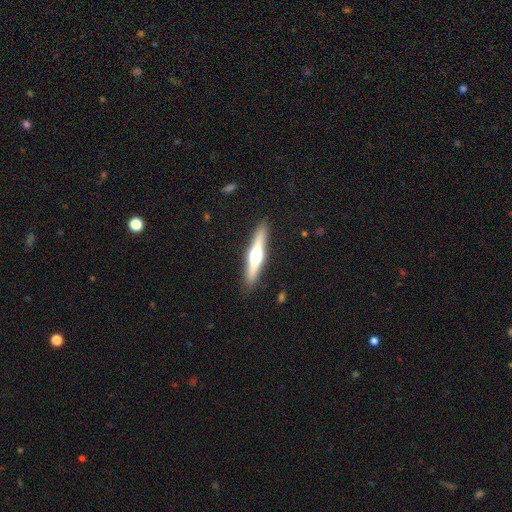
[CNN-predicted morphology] Overall: featured or disk (61%; smooth 34%). Edge-on disk: yes (97%). Edge-on bulge: rounded (91%). Merging: none (89%).